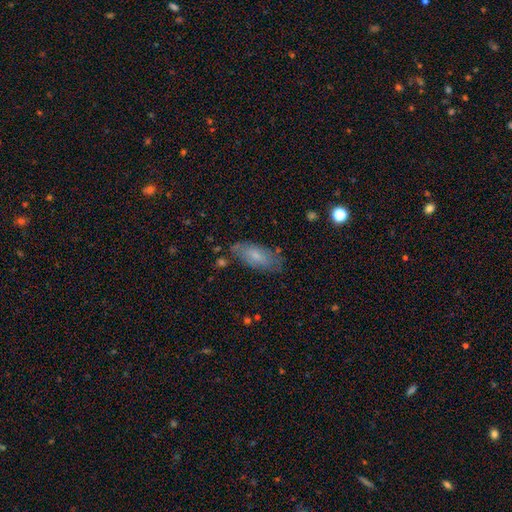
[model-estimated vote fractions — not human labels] Overall: smooth (65%; featured or disk 27%). How rounded: in between (82%). Merging: none (72%).